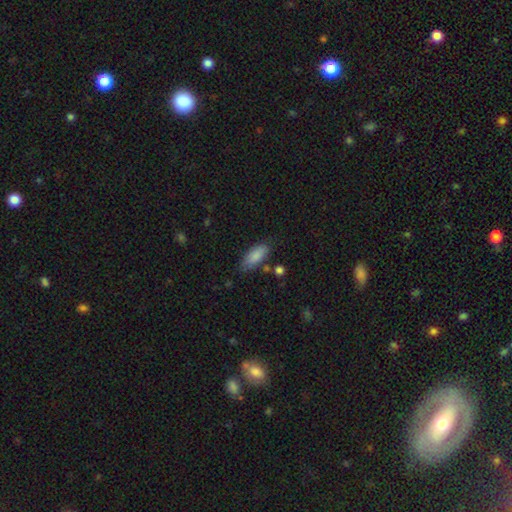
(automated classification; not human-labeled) smooth 86%, featured or disk 8%, star or artifact 6%. Down the decision tree: how rounded — in between (82%); merging — none (75%).